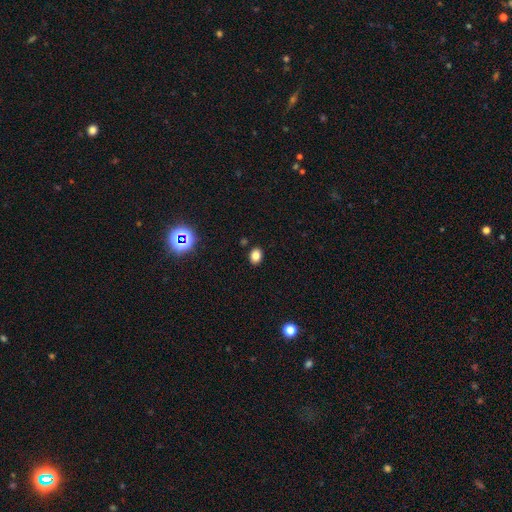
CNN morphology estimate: Smooth or featured? smooth (80%)
How rounded? in between (57%)
Merging? none (89%)